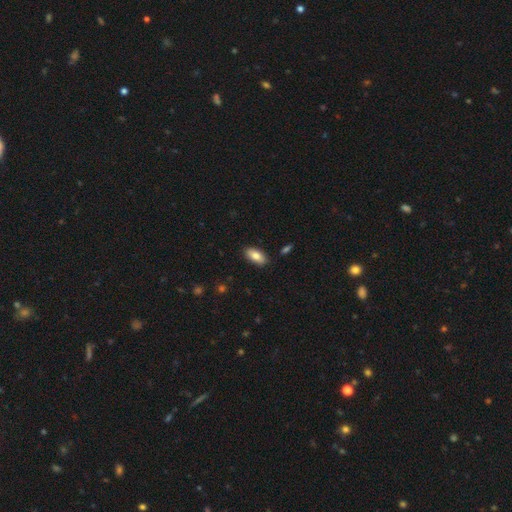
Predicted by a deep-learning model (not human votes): A smooth galaxy with no disk features (83%) that is in between round and cigar-shaped (92%). Merging: none (87%).